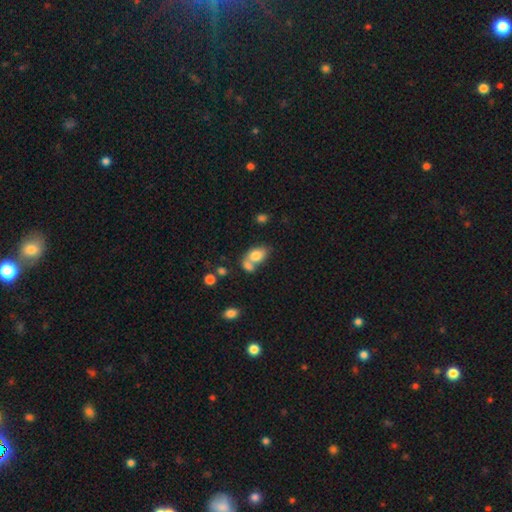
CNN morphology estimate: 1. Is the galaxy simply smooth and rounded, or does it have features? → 78% smooth, 13% featured or disk, 8% star or artifact.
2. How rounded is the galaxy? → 83% in between, 16% round, 2% cigar-shaped.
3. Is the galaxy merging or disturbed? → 52% merger, 32% none, 11% minor disturbance, 6% major disturbance.